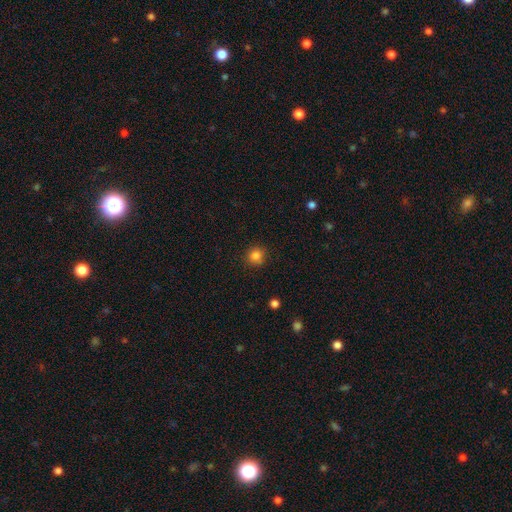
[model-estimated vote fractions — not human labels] smooth 83%, star or artifact 12%, featured or disk 5%. Down the decision tree: how rounded — round (90%); merging — none (87%).